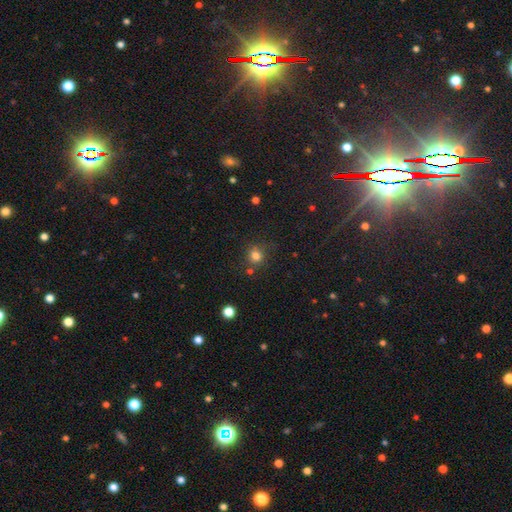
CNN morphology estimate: A smooth galaxy with no disk features (79%) that is round (88%).

Vote fractions:
- Smooth or featured? smooth: 79% / star or artifact: 15% / featured or disk: 6%
- How rounded? round: 88% / in between: 11% / cigar-shaped: 1%
- Merging? none: 76% / minor disturbance: 12% / merger: 8% / major disturbance: 4%